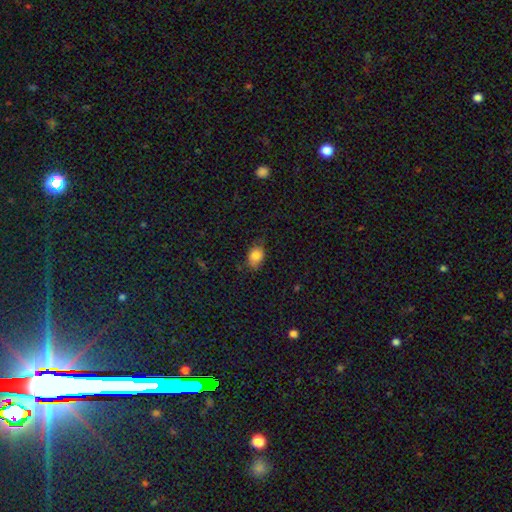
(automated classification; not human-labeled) smooth-or-featured: smooth: 84% | star or artifact: 9% | featured or disk: 7%
  how-rounded: in between: 74% | round: 25% | cigar-shaped: 1%
  merging: none: 69% | minor disturbance: 24% | major disturbance: 5% | merger: 1%